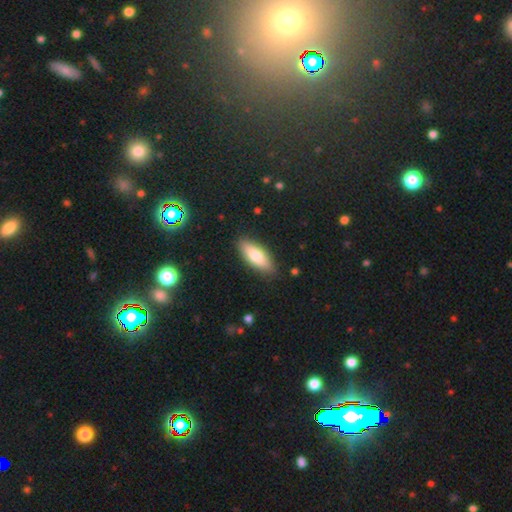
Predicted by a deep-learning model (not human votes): Q: Smooth or featured?
A: smooth (74%); runner-up: featured or disk (19%)
Q: How rounded?
A: in between (71%); runner-up: cigar-shaped (27%)
Q: Merging?
A: none (86%); runner-up: minor disturbance (11%)